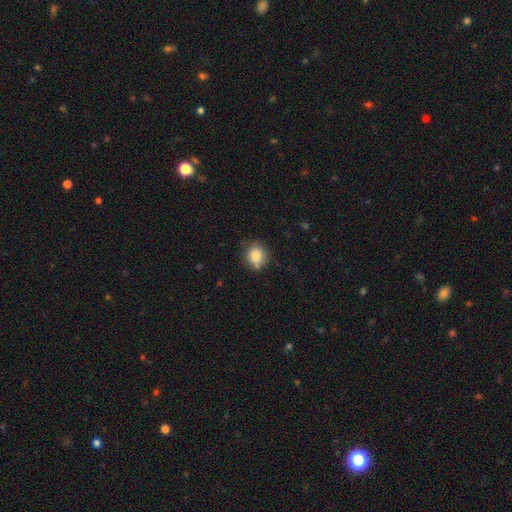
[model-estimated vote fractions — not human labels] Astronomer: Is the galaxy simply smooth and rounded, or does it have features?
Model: smooth — 83%.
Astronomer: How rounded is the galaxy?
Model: round — 78%.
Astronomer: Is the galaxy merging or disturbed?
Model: none — 71%.